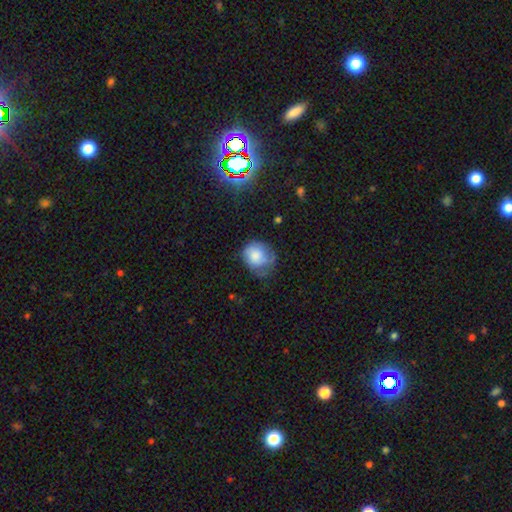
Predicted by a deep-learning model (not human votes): Morphology: type=smooth (71%); roundness=round (69%); merging=none (43%).